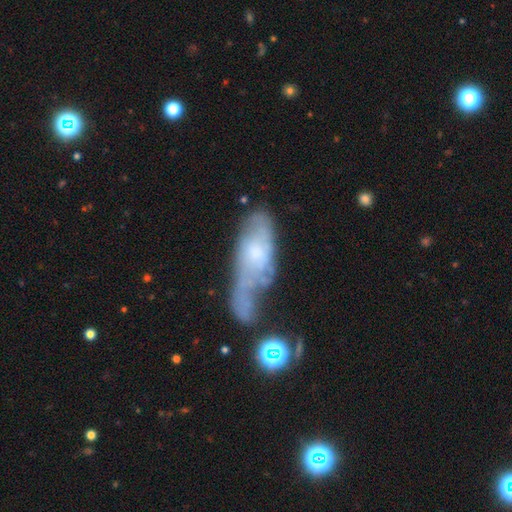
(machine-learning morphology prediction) A featured or disk galaxy (56%). Merging: major disturbance (27%).